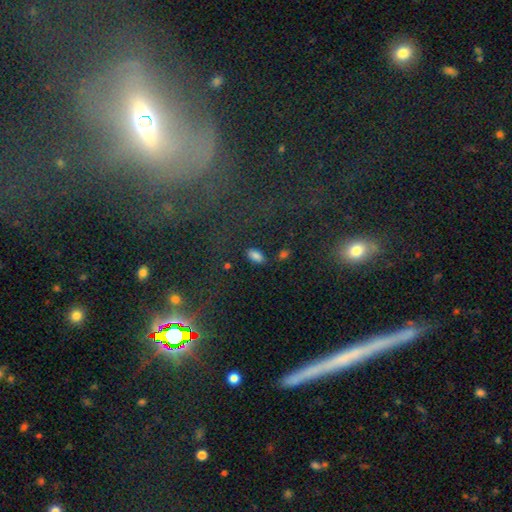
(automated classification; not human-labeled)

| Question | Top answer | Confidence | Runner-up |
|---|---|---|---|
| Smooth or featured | smooth | 82% | star or artifact (14%) |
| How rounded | in between | 93% | cigar-shaped (4%) |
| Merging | none | 83% | minor disturbance (10%) |